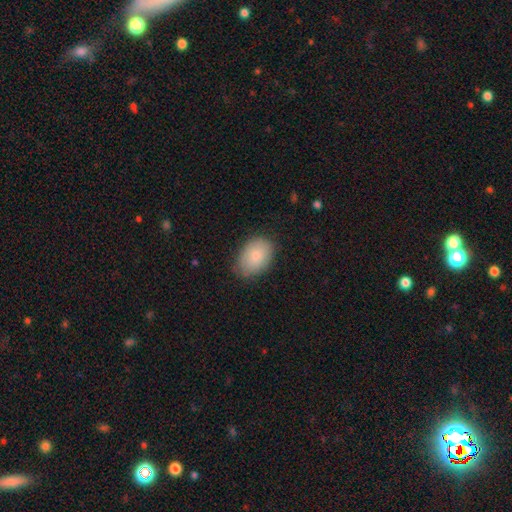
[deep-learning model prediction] smooth 83%, featured or disk 11%, star or artifact 7%. Down the decision tree: how rounded — in between (83%); merging — none (77%).